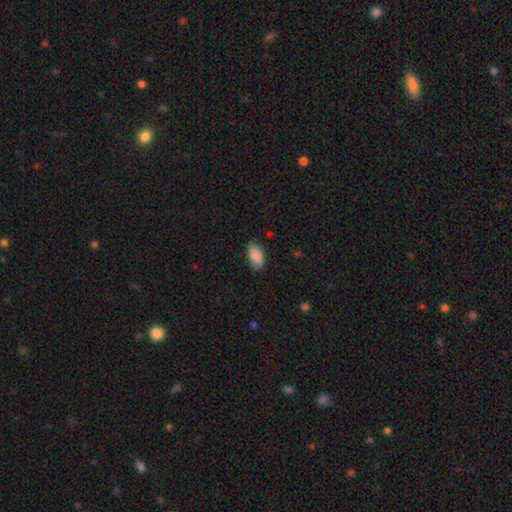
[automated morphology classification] The model was most divided on "merging": none: 81%, minor disturbance: 15%, major disturbance: 3%, merger: 1%. More confident: how rounded — in between (94%); smooth or featured — smooth (88%).